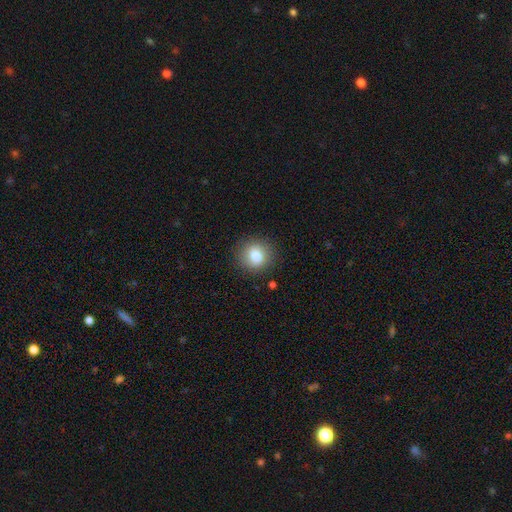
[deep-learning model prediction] This appears to be a smooth galaxy with no disk features (79%) that is round (86%). Merging: none (87%).